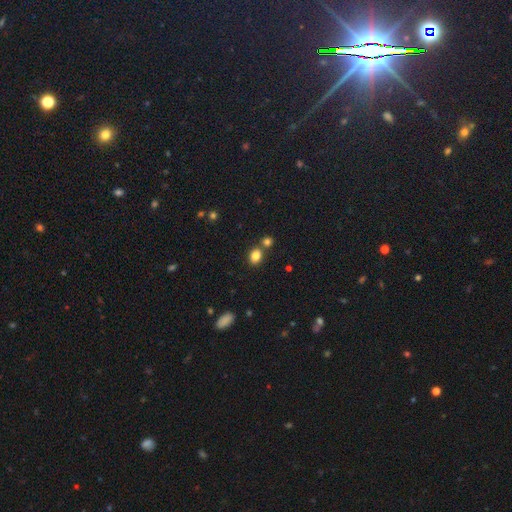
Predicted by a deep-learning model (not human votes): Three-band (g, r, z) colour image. It shows a smooth galaxy with no disk features (83%) that is in between round and cigar-shaped (50%). Merging: none (64%).